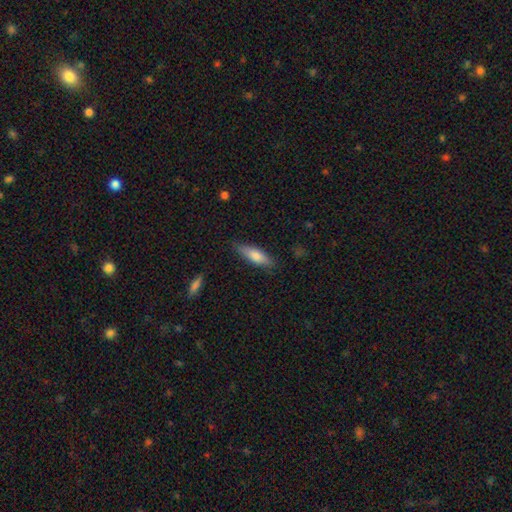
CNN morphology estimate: Smooth or featured: smooth — 73% (featured or disk — 21%)
How rounded: cigar-shaped — 53% (in between — 45%)
Merging: none — 82% (minor disturbance — 14%)